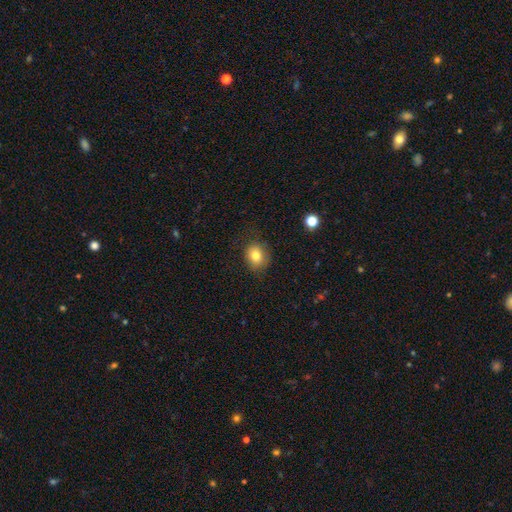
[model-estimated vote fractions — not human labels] Morphology: type=smooth (80%); roundness=round (59%); merging=none (79%).